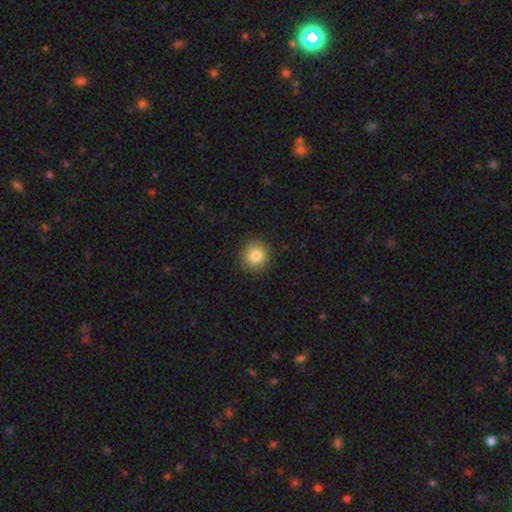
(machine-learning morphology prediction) smooth 85%, star or artifact 10%, featured or disk 6%. Down the decision tree: how rounded — round (90%); merging — none (89%).